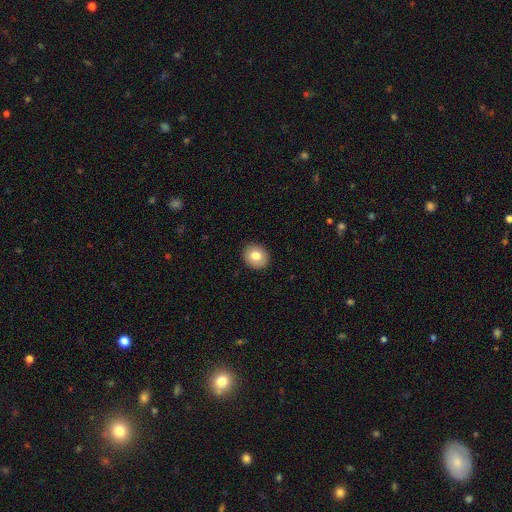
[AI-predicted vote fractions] A smooth galaxy with no disk features (79%) that is round (69%).

Vote fractions:
- Smooth or featured? smooth: 79% / featured or disk: 13% / star or artifact: 8%
- How rounded? round: 69% / in between: 30% / cigar-shaped: 1%
- Merging? none: 91% / minor disturbance: 7% / major disturbance: 2% / merger: 1%